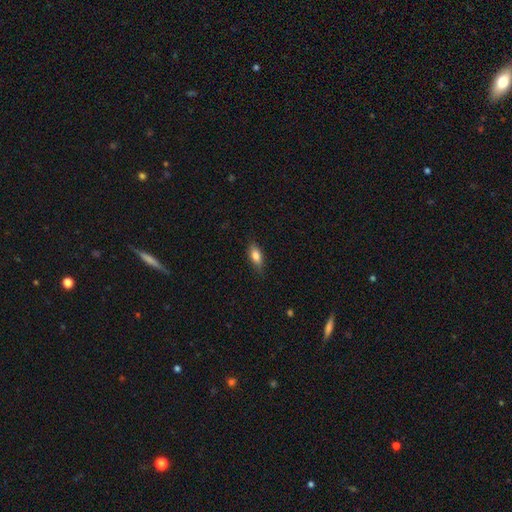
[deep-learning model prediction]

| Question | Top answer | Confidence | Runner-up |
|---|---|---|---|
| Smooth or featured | smooth | 78% | featured or disk (15%) |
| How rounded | in between | 78% | cigar-shaped (18%) |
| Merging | none | 81% | minor disturbance (15%) |